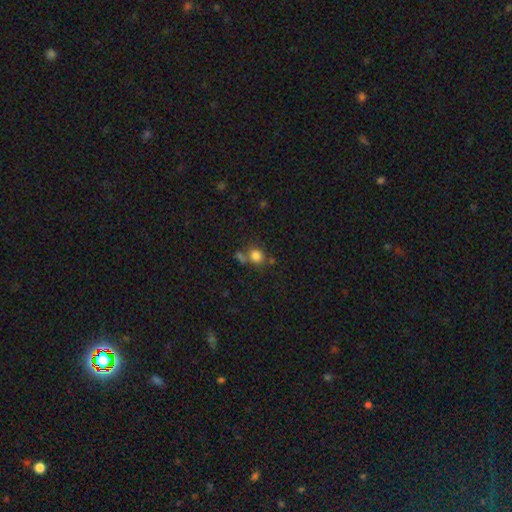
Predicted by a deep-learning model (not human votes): This is clearly a smooth galaxy (80%). How rounded: likely round (73%). Merging: possibly none (58%).